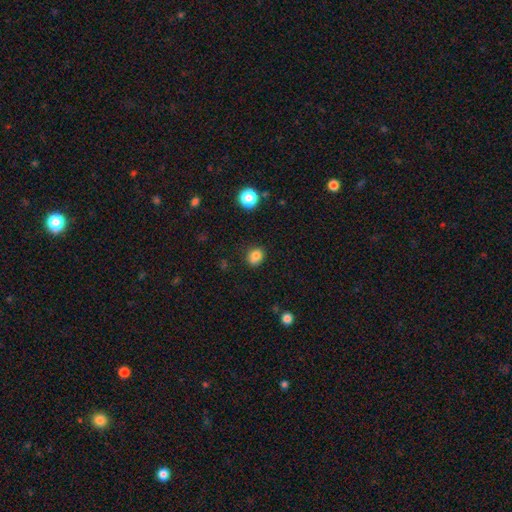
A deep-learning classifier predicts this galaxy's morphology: smooth_or_featured: smooth (p=0.82) [alt: star or artifact p=0.12]
how_rounded: round (p=0.67) [alt: in between p=0.33]
merging: none (p=0.79) [alt: minor disturbance p=0.15]